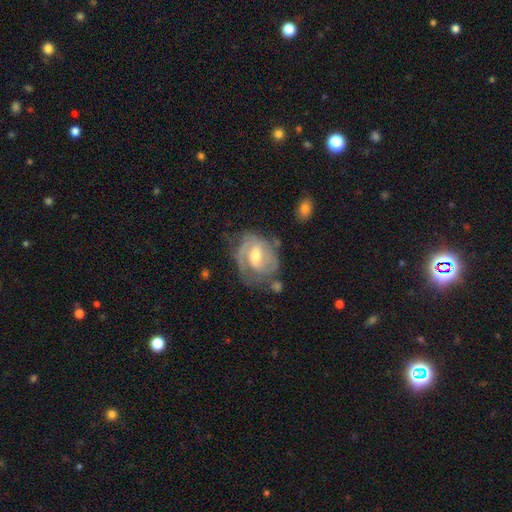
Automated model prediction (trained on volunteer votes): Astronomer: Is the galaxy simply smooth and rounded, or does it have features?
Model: featured or disk — 81%.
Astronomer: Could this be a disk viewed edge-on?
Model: no — 97%.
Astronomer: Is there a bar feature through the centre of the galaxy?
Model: weak — 55%.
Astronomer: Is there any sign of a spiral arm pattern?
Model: yes — 90%.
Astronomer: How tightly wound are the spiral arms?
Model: tight — 53% (runner-up: medium, 36%).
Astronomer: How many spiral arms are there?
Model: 2 — 48% (runner-up: can't tell, 25%).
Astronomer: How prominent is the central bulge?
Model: moderate — 63%.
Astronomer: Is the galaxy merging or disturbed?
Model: none — 56%.